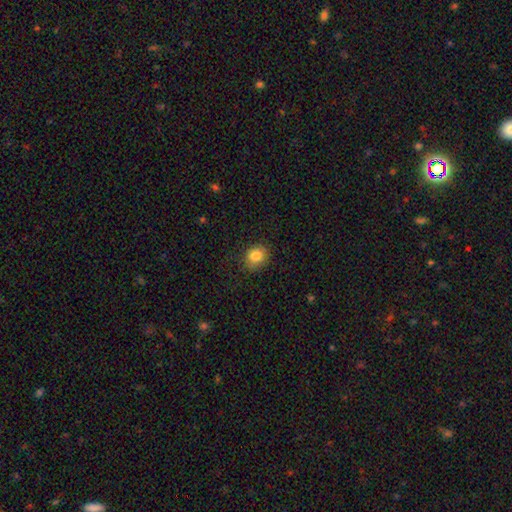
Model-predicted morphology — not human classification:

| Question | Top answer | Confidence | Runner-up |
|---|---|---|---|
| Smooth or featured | smooth | 84% | star or artifact (9%) |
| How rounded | round | 69% | in between (30%) |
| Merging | none | 82% | minor disturbance (13%) |